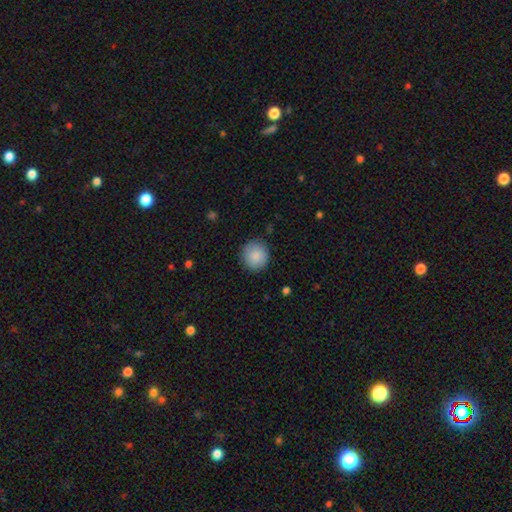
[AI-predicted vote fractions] A smooth galaxy with no disk features (87%) that is round (90%).

Vote fractions:
- Smooth or featured? smooth: 87% / star or artifact: 7% / featured or disk: 6%
- How rounded? round: 90% / in between: 9% / cigar-shaped: 1%
- Merging? none: 88% / minor disturbance: 9% / major disturbance: 2% / merger: 1%